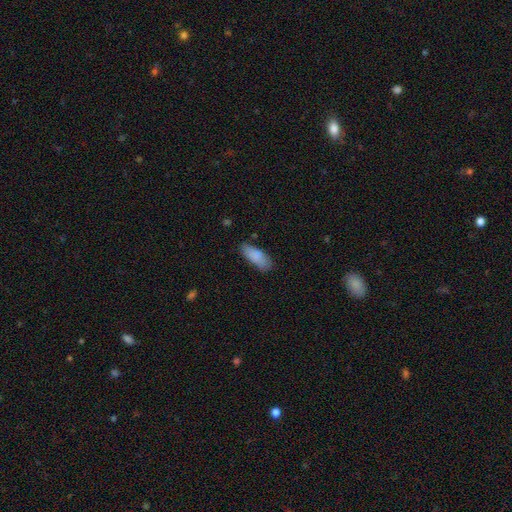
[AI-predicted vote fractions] Overall: smooth (86%). How rounded: in between (77%). Merging: none (73%).